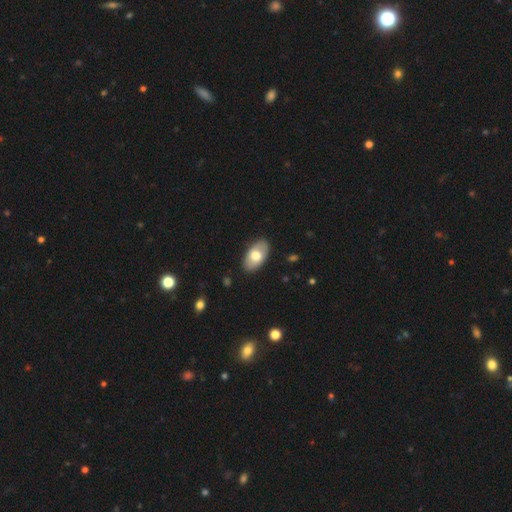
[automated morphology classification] Smooth or featured: smooth — 68% (featured or disk — 26%)
How rounded: in between — 94% (round — 4%)
Merging: none — 86% (minor disturbance — 11%)